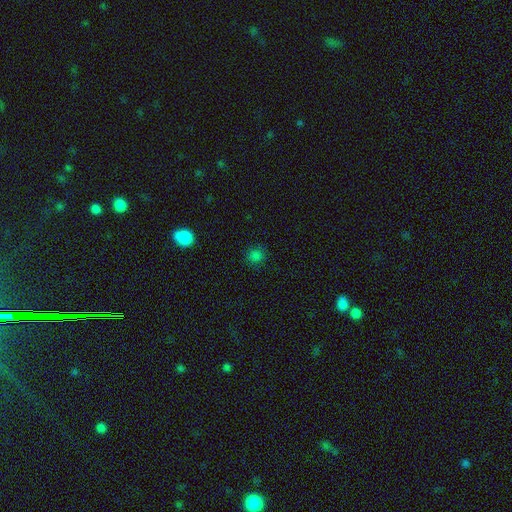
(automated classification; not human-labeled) A smooth galaxy with no disk features (79%) that is round (88%).

Vote fractions:
- Smooth or featured? smooth: 79% / star or artifact: 17% / featured or disk: 4%
- How rounded? round: 88% / in between: 11% / cigar-shaped: 1%
- Merging? none: 88% / minor disturbance: 8% / major disturbance: 2% / merger: 1%